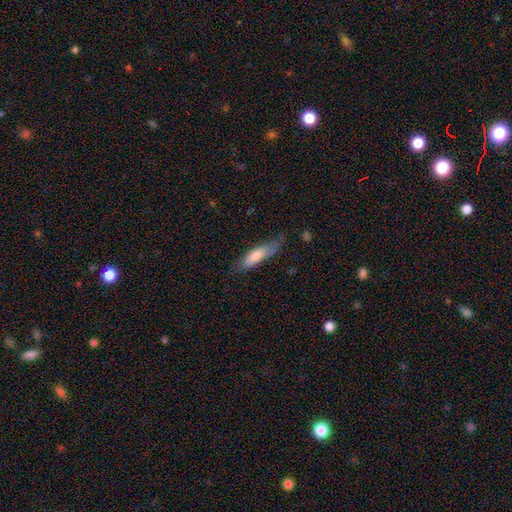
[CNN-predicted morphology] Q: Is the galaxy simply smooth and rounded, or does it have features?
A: smooth — 72%.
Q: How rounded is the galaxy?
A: cigar-shaped — 65%.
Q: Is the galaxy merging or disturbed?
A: none — 67%.